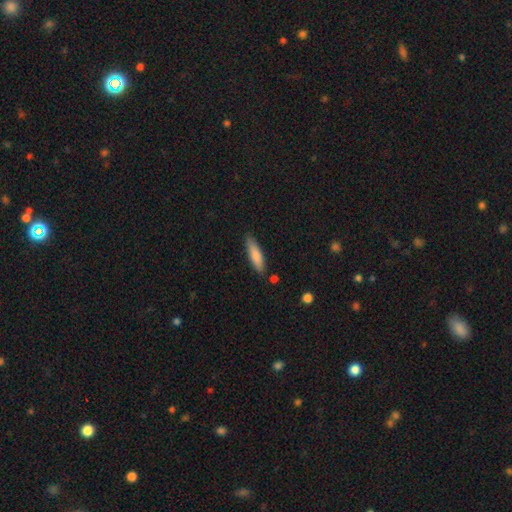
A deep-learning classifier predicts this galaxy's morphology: This is clearly a smooth galaxy (82%). How rounded: likely cigar-shaped (68%). Merging: clearly none (81%).